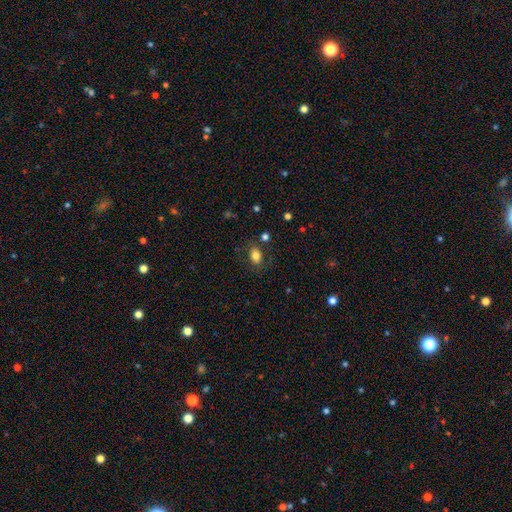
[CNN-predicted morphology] Smooth or featured: smooth — 79% (featured or disk — 11%)
How rounded: in between — 77% (round — 22%)
Merging: none — 77% (minor disturbance — 14%)